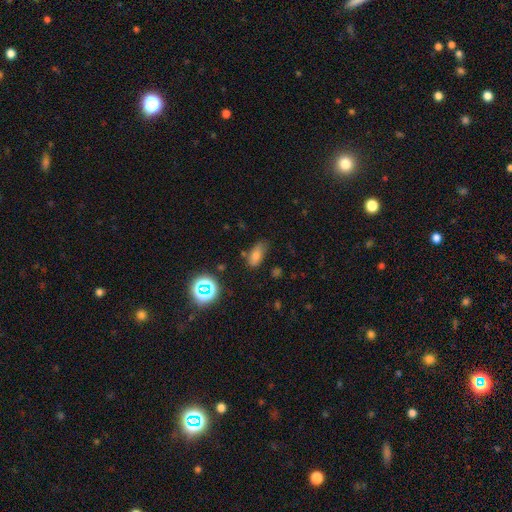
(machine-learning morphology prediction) A smooth galaxy with no disk features (73%) that is in between round and cigar-shaped (85%). Merging: none (61%).